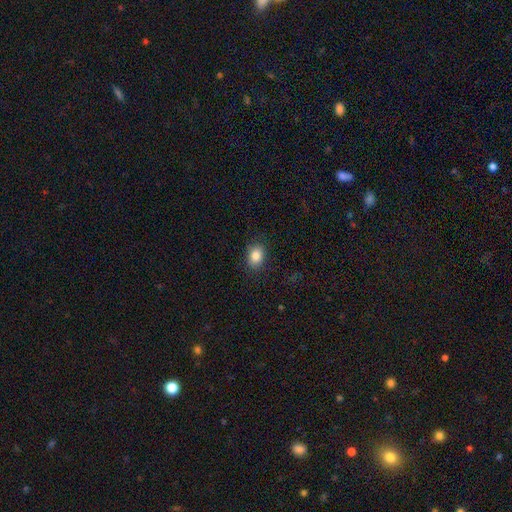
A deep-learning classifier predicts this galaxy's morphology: A smooth galaxy with no disk features (85%) that is in between round and cigar-shaped (66%). Merging: none (86%).